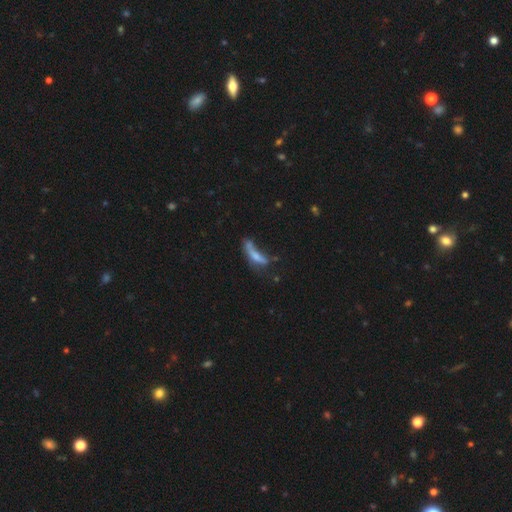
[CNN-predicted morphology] Smooth or featured? smooth (53%)
How rounded? cigar-shaped (66%)
Merging? major disturbance (29%)